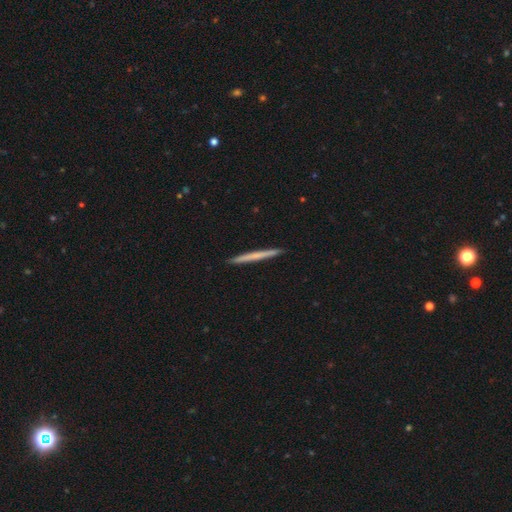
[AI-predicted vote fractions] Q: Smooth or featured?
A: smooth (52%); runner-up: featured or disk (43%)
Q: How rounded?
A: cigar-shaped (97%); runner-up: in between (2%)
Q: Merging?
A: none (93%); runner-up: minor disturbance (5%)